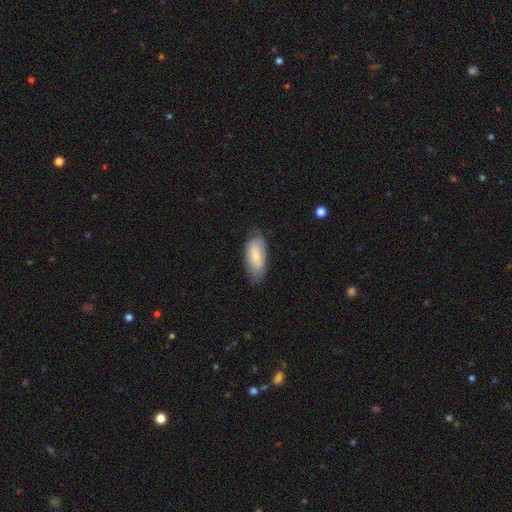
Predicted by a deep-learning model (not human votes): The model was most divided on "smooth or featured": smooth: 66%, featured or disk: 28%, star or artifact: 6%. More confident: how rounded — in between (86%); merging — none (71%).